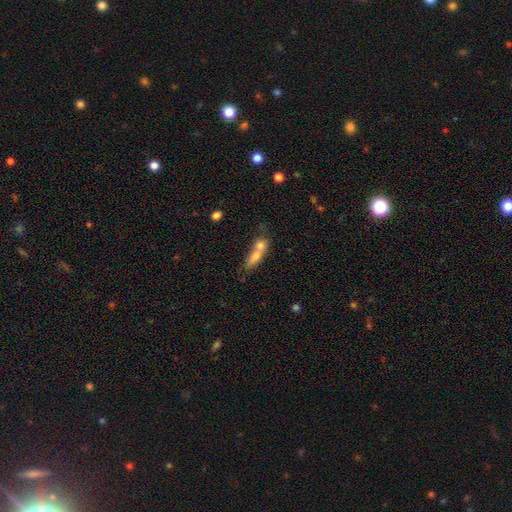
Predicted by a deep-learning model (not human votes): Overall: smooth (67%). How rounded: in between (50%; cigar-shaped 35%). Merging: merger (63%; none 24%).